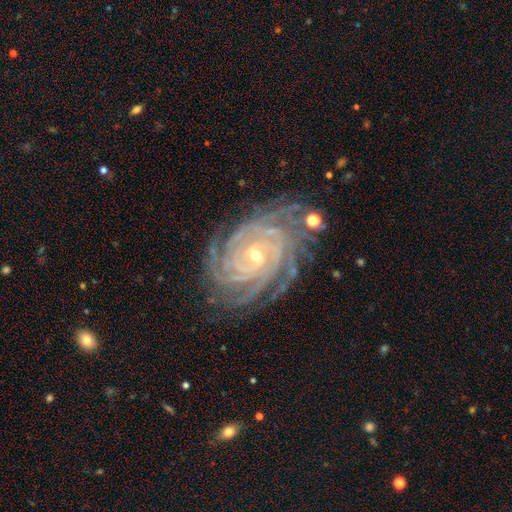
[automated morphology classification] type=featured or disk (92%); edge-on=no (97%); bar=no (49%); spiral arms=yes (99%); winding=tight (83%); arm count=more than 4 (33%); bulge=small (64%); merging=none (76%).